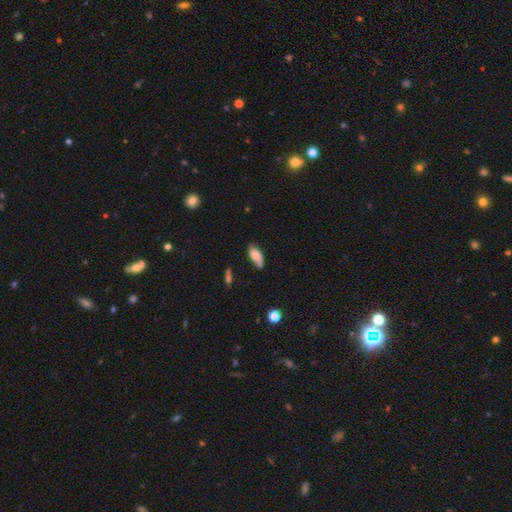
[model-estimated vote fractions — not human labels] A smooth galaxy with no disk features (59%) that is in between round and cigar-shaped (87%). Merging: none (55%).